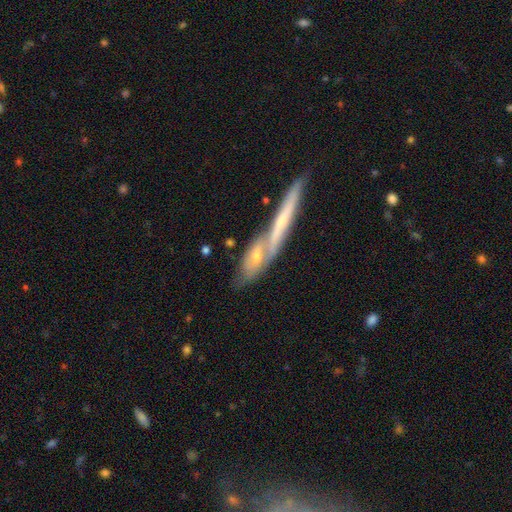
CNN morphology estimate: Smooth or featured: smooth — 48% (featured or disk — 46%)
Merging: merger — 47% (none — 34%)